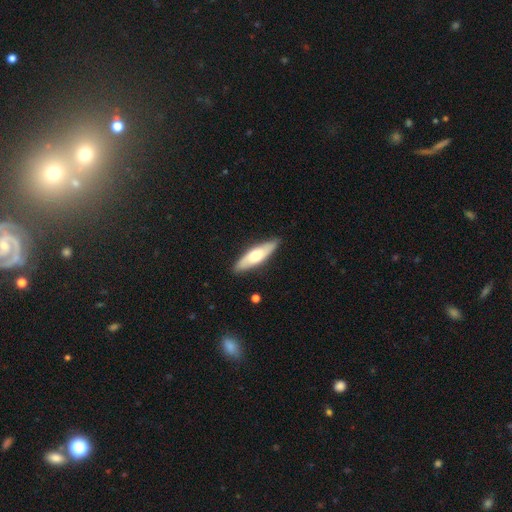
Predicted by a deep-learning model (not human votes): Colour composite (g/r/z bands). It shows a smooth galaxy with no disk features (54%) that is cigar-shaped (56%). Merging: none (87%).